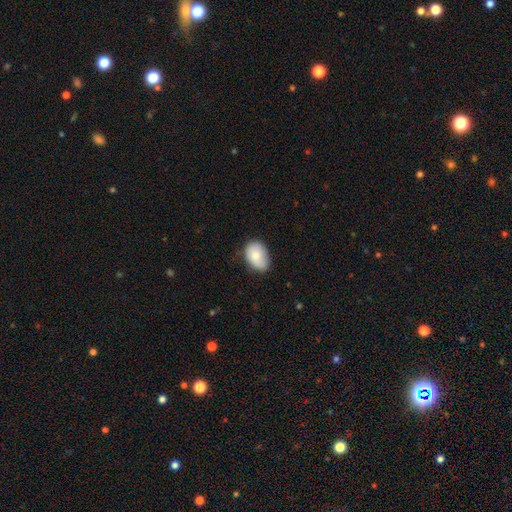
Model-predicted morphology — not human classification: This is likely a smooth galaxy (78%). How rounded: clearly in between (81%). Merging: likely none (65%).